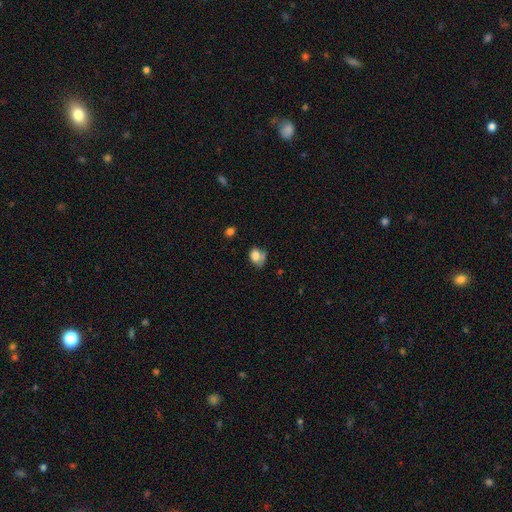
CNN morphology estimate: Smooth or featured?
  - smooth: 73% *
  - featured or disk: 16%
  - star or artifact: 10%
How rounded?
  - in between: 64% *
  - round: 35%
  - cigar-shaped: 1%
Merging?
  - none: 34% *
  - minor disturbance: 30%
  - major disturbance: 20%
  - merger: 16%